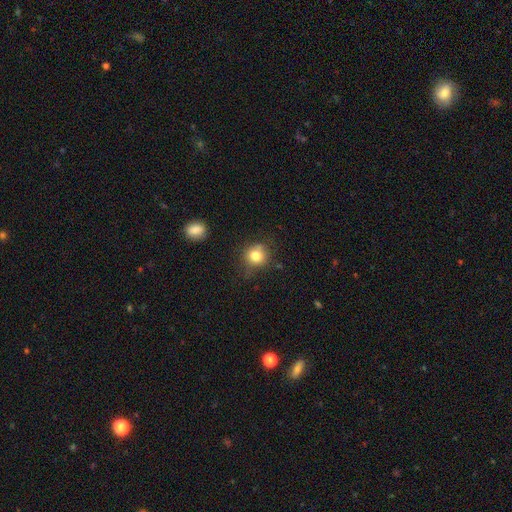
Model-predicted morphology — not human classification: type=smooth (80%); roundness=round (85%); merging=none (71%).